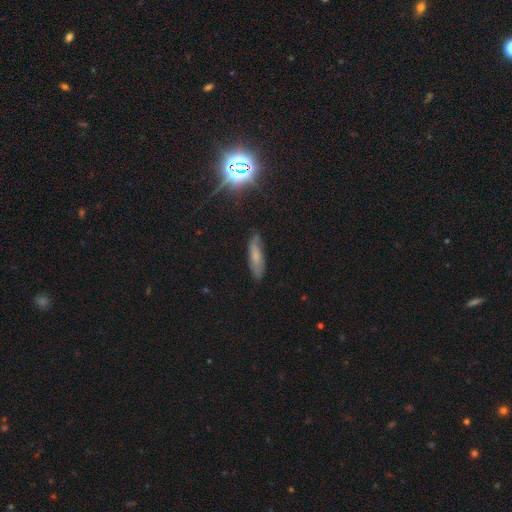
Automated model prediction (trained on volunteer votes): Smooth or featured? smooth (54%)
How rounded? cigar-shaped (61%)
Merging? none (73%)